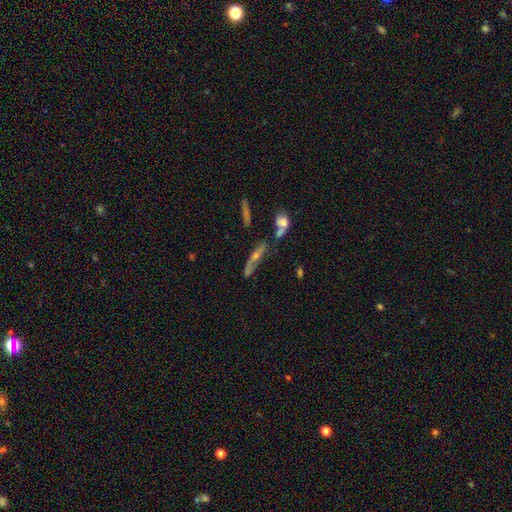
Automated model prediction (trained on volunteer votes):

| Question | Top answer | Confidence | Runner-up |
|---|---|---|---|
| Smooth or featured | featured or disk | 60% | smooth (28%) |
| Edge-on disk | yes | 57% | no (43%) |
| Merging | none | 46% | minor disturbance (20%) |